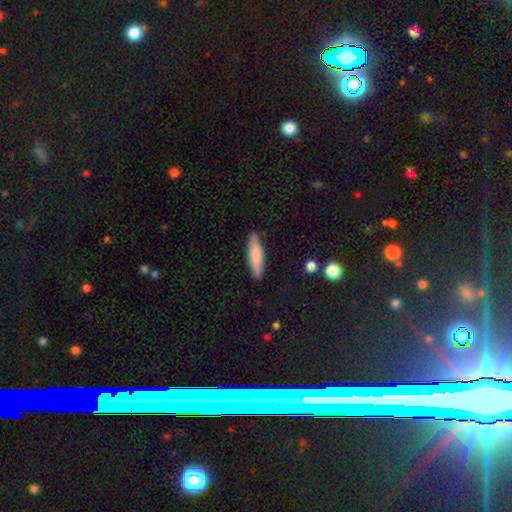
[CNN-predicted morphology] type=smooth (77%); roundness=cigar-shaped (75%); merging=none (87%).